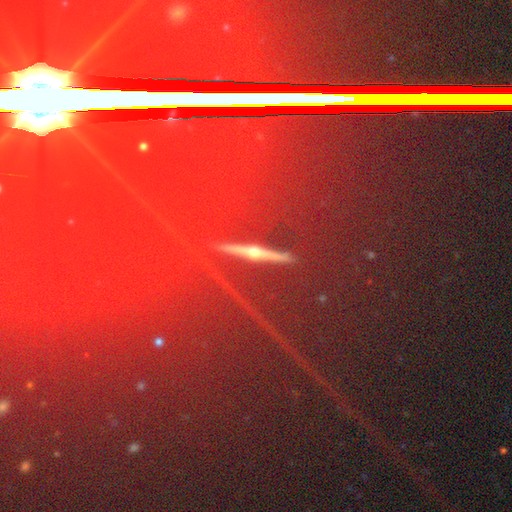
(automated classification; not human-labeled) Morphology: type=star or artifact (75%).